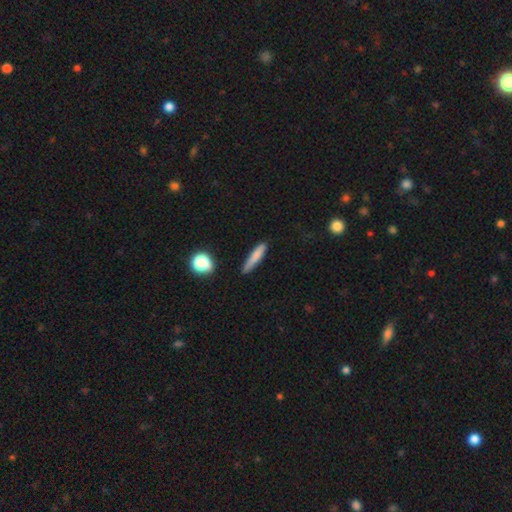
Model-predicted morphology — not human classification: A smooth galaxy with no disk features (78%) that is cigar-shaped (87%). Merging: none (76%).